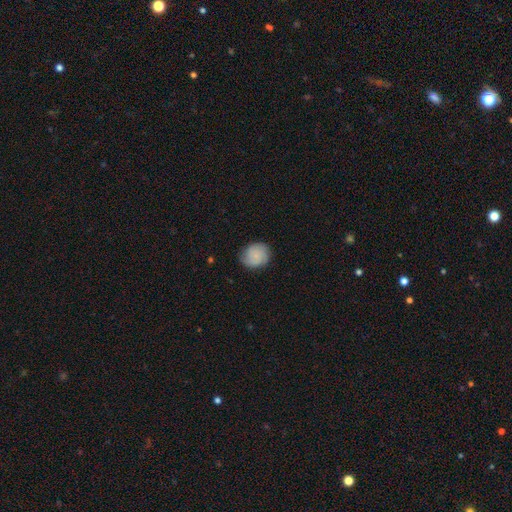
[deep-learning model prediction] smooth_or_featured: smooth (p=0.68) [alt: featured or disk p=0.24]
how_rounded: round (p=0.74) [alt: in between p=0.25]
merging: none (p=0.78) [alt: minor disturbance p=0.17]